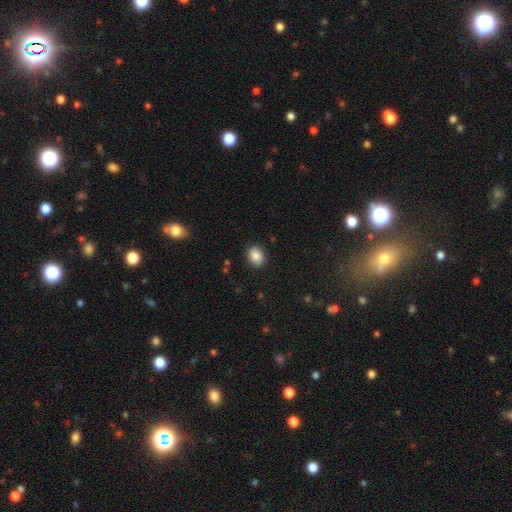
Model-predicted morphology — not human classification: type=smooth (87%); roundness=in between (58%); merging=none (89%).